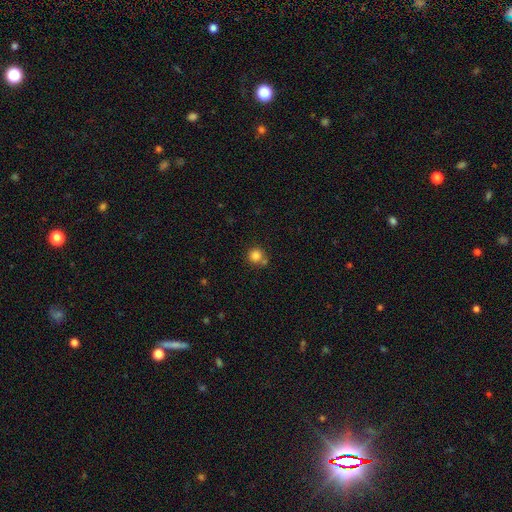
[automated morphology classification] This appears to be a smooth galaxy with no disk features (83%) that is round (93%). Merging: none (68%).